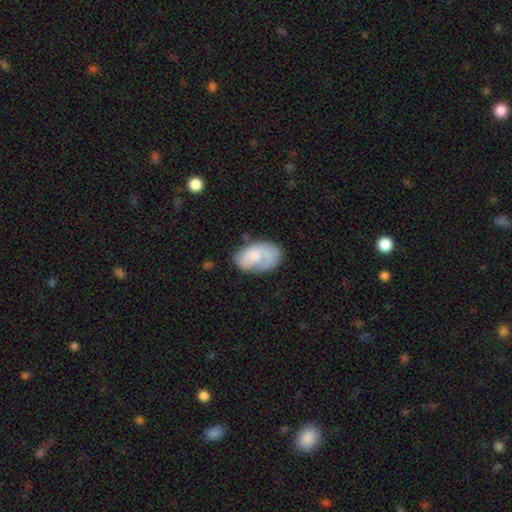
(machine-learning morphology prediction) smooth_or_featured: smooth (p=0.54) [alt: featured or disk p=0.39]
how_rounded: in between (p=0.90) [alt: round p=0.09]
merging: none (p=0.56) [alt: minor disturbance p=0.26]